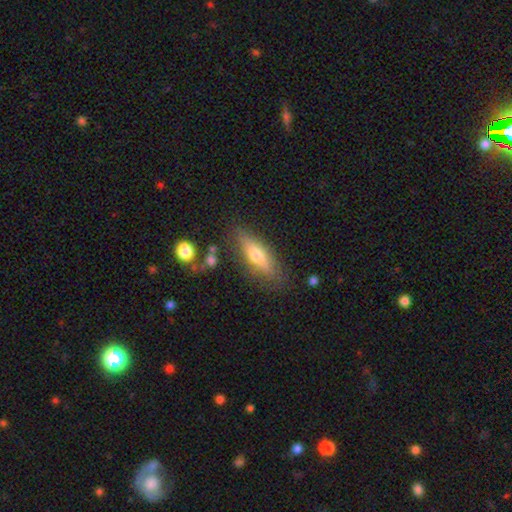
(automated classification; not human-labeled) Smooth or featured? Predicted: smooth (p=0.58). How rounded? Predicted: cigar-shaped (p=0.54). Merging? Predicted: none (p=0.79).